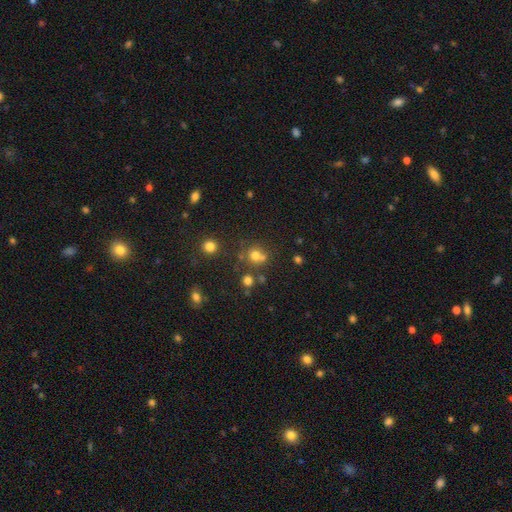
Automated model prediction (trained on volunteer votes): Morphology: type=smooth (69%); roundness=round (82%); merging=none (54%).